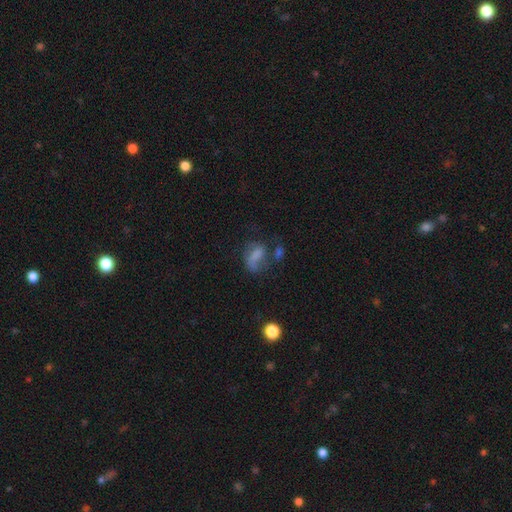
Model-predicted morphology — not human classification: Smooth or featured: smooth — 53% (featured or disk — 32%)
How rounded: in between — 76% (round — 19%)
Merging: major disturbance — 35% (none — 29%)